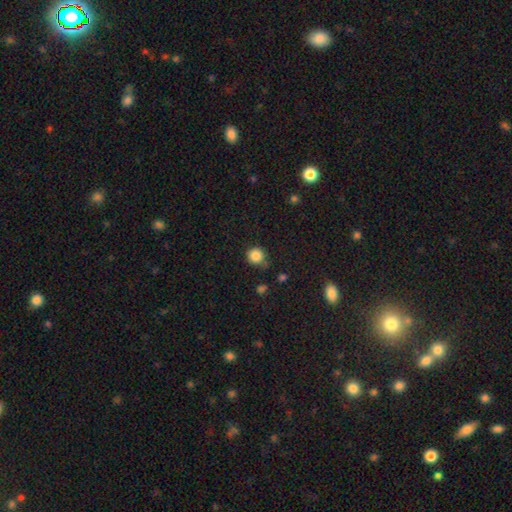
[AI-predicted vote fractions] Smooth or featured? smooth (85%)
How rounded? round (92%)
Merging? none (73%)